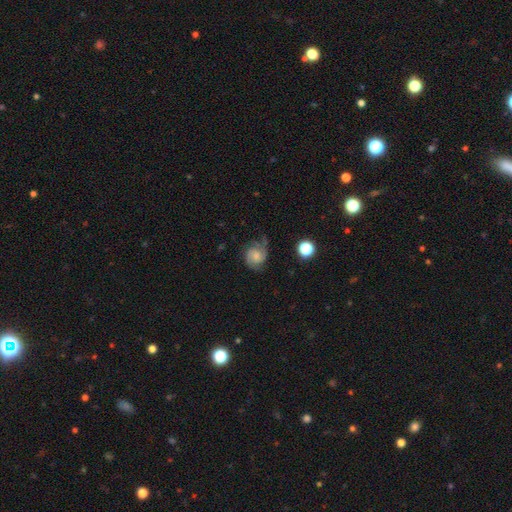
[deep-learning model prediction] smooth-or-featured: featured or disk: 79% | smooth: 13% | star or artifact: 8%
  disk-edge-on: no: 98% | yes: 2%
    bar: no: 60% | weak: 35% | strong: 6%
    has-spiral-arms: yes: 97% | no: 3%
      spiral-winding: medium: 48% | tight: 39% | loose: 13%
      spiral-arm-count: 2: 82% | can't tell: 6% | 3: 5% | 1: 3% | 4: 1% | more than 4: 1%
    bulge-size: small: 38% | moderate: 33% | none: 21% | large: 6% | dominant: 2%
  merging: none: 64% | minor disturbance: 22% | major disturbance: 12% | merger: 2%